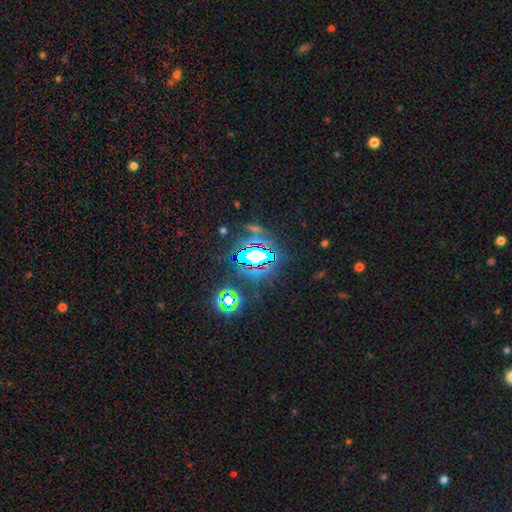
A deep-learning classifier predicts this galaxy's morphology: Smooth or featured? Predicted: star or artifact (p=0.69).